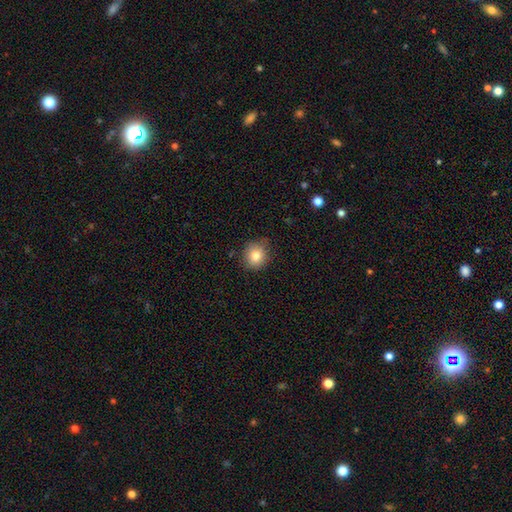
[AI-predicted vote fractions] smooth_or_featured: smooth (p=0.83) [alt: star or artifact p=0.10]
how_rounded: round (p=0.82) [alt: in between p=0.17]
merging: none (p=0.79) [alt: minor disturbance p=0.17]